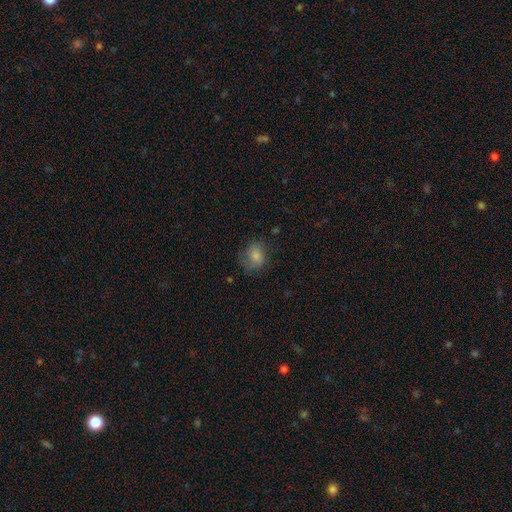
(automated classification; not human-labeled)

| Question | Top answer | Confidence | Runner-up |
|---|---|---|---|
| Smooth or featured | smooth | 76% | featured or disk (15%) |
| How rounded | round | 65% | in between (34%) |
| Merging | none | 65% | minor disturbance (23%) |